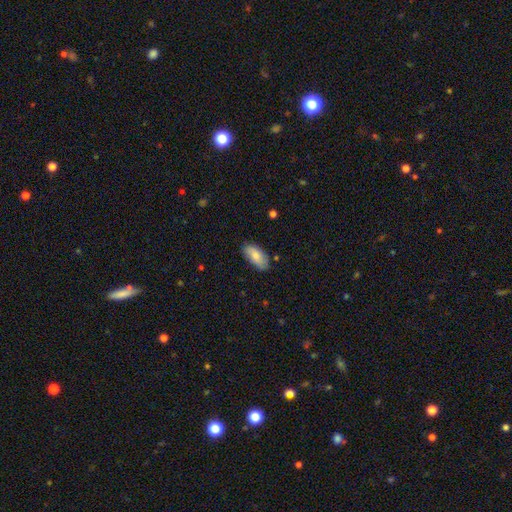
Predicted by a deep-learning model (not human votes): Smooth or featured? Predicted: smooth (p=0.81). How rounded? Predicted: in between (p=0.91). Merging? Predicted: none (p=0.77).